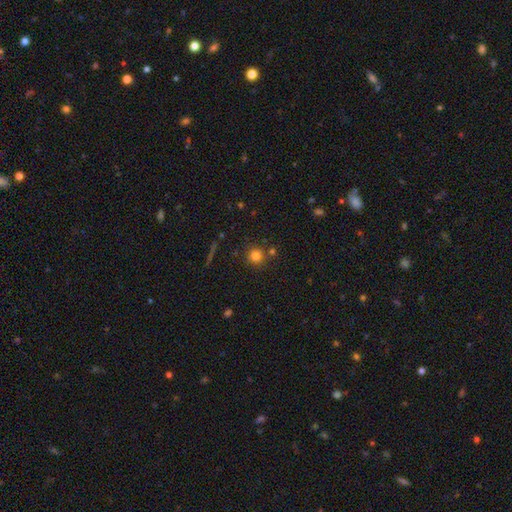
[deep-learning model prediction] A smooth galaxy with no disk features (78%) that is round (93%). Merging: none (79%).